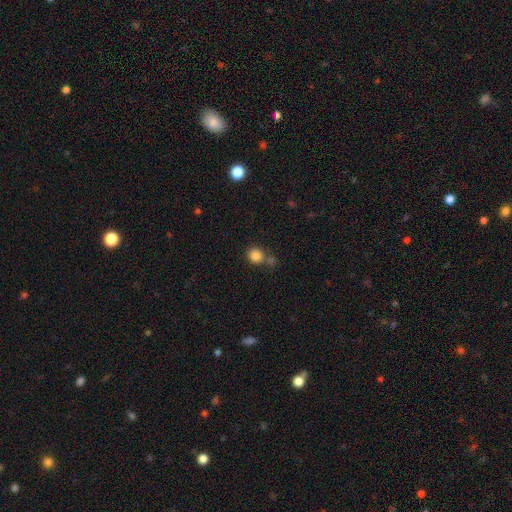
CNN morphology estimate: smooth 84%, star or artifact 11%, featured or disk 5%. Down the decision tree: how rounded — round (91%); merging — none (66%).